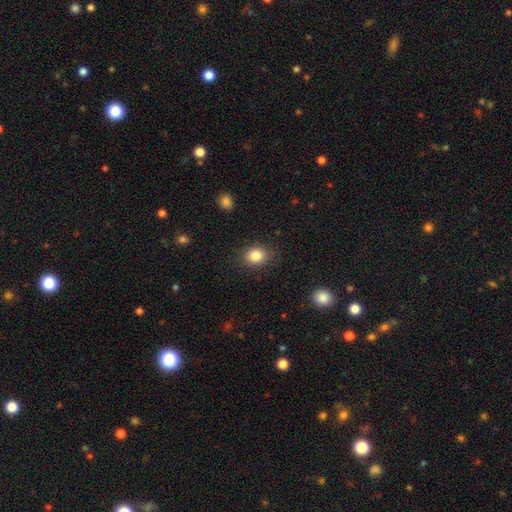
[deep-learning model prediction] This is clearly a smooth galaxy (84%). How rounded: possibly in between (52%). Merging: clearly none (85%).